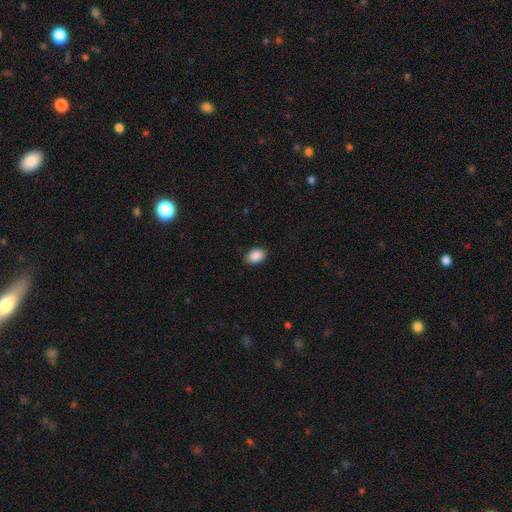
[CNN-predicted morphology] A smooth galaxy with no disk features (89%) that is in between round and cigar-shaped (87%). Merging: none (88%).